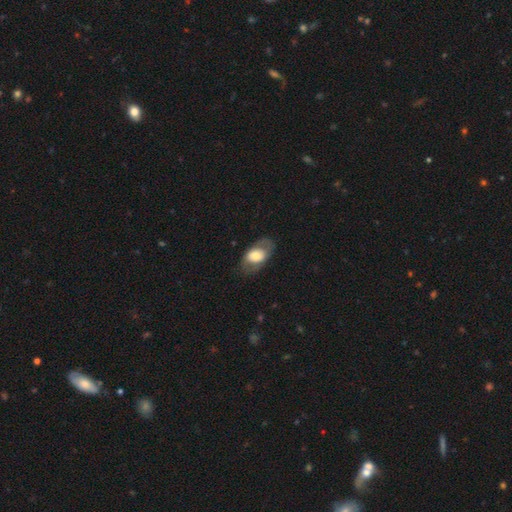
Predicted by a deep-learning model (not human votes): Smooth or featured? smooth (59%)
How rounded? in between (87%)
Merging? none (73%)